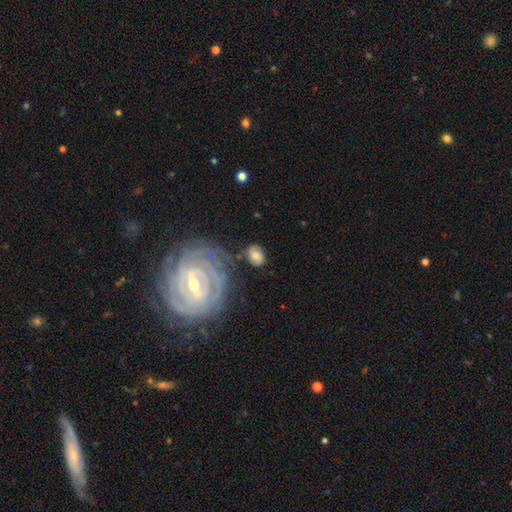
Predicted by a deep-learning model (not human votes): Overall: smooth (55%; featured or disk 36%). How rounded: in between (72%). Merging: none (65%).